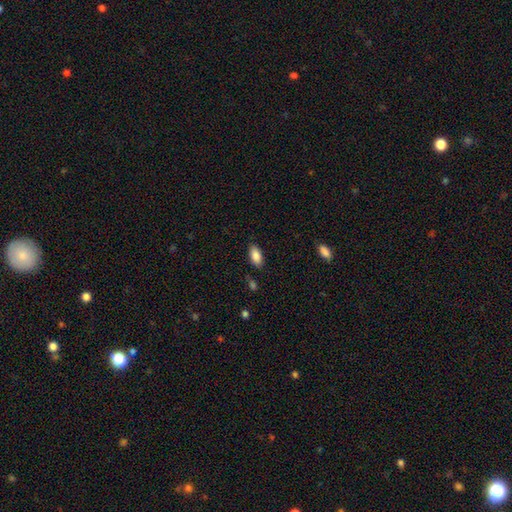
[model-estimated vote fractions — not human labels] Q: Smooth or featured?
A: smooth (87%); runner-up: star or artifact (7%)
Q: How rounded?
A: in between (91%); runner-up: cigar-shaped (7%)
Q: Merging?
A: none (83%); runner-up: minor disturbance (12%)